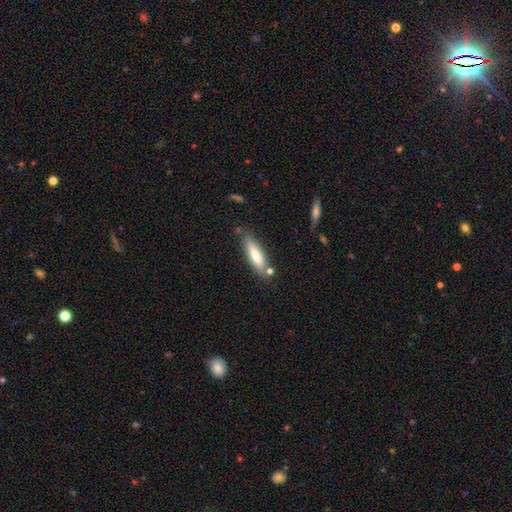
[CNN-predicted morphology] Q: Smooth or featured?
A: smooth (74%); runner-up: featured or disk (20%)
Q: How rounded?
A: cigar-shaped (64%); runner-up: in between (34%)
Q: Merging?
A: none (73%); runner-up: minor disturbance (15%)